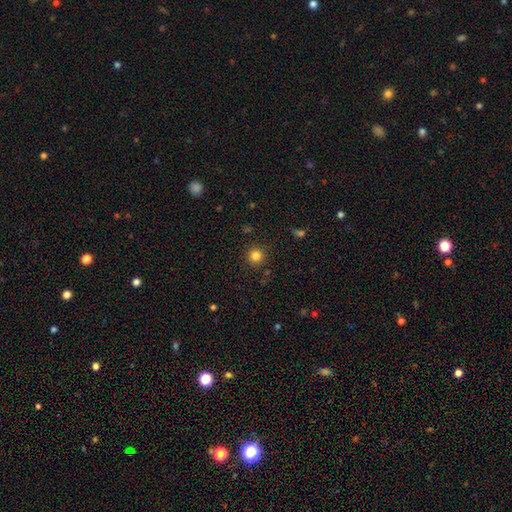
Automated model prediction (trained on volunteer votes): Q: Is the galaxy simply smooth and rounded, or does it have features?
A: smooth — 82%.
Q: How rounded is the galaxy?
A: round — 95%.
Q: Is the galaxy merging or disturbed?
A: none — 90%.